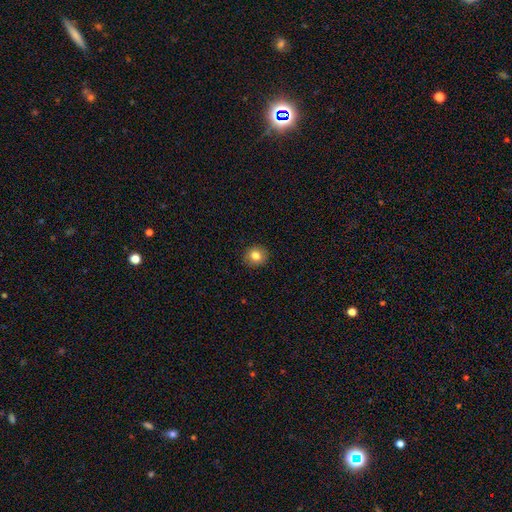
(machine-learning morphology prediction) The model was most divided on "how rounded": round: 83%, in between: 16%, cigar-shaped: 1%. More confident: merging — none (91%); smooth or featured — smooth (82%).